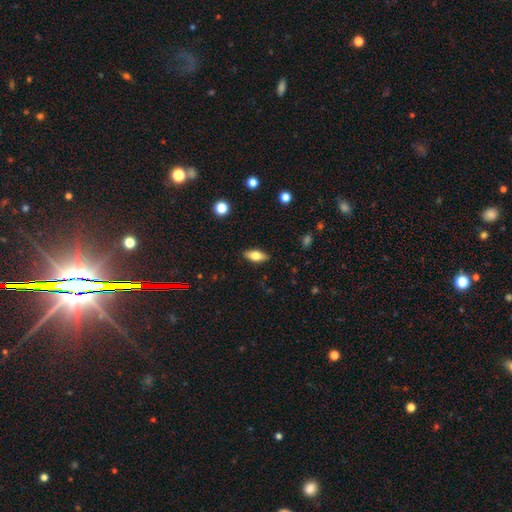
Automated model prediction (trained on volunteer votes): Q: Smooth or featured?
A: smooth (67%); runner-up: featured or disk (26%)
Q: How rounded?
A: in between (79%); runner-up: cigar-shaped (17%)
Q: Merging?
A: none (87%); runner-up: minor disturbance (10%)